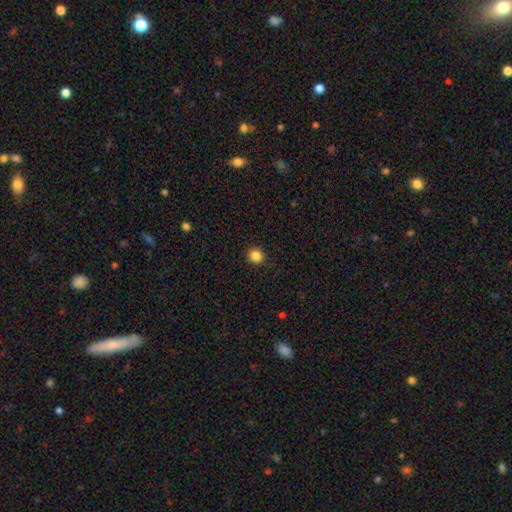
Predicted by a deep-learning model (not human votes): Overall: smooth (85%). How rounded: round (93%). Merging: none (91%).